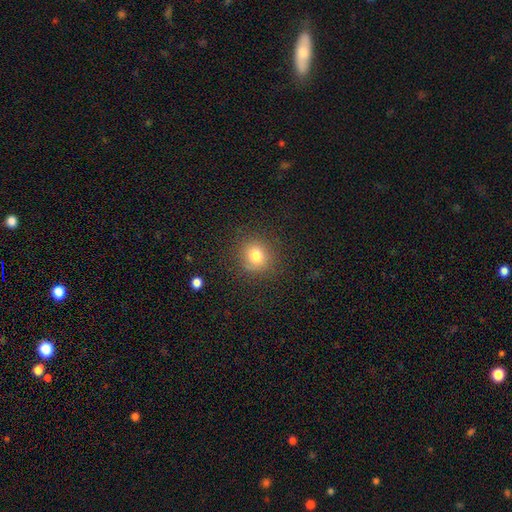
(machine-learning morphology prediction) smooth-or-featured: smooth: 77% | star or artifact: 14% | featured or disk: 9%
  how-rounded: round: 85% | in between: 14% | cigar-shaped: 1%
  merging: none: 83% | minor disturbance: 11% | major disturbance: 4% | merger: 1%